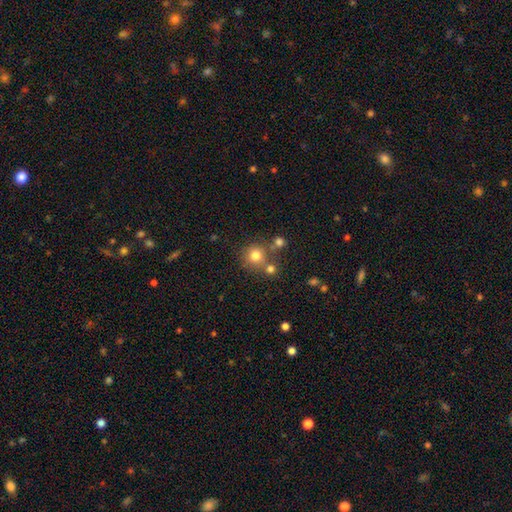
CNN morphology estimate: Smooth or featured? smooth (76%)
How rounded? round (90%)
Merging? none (66%)